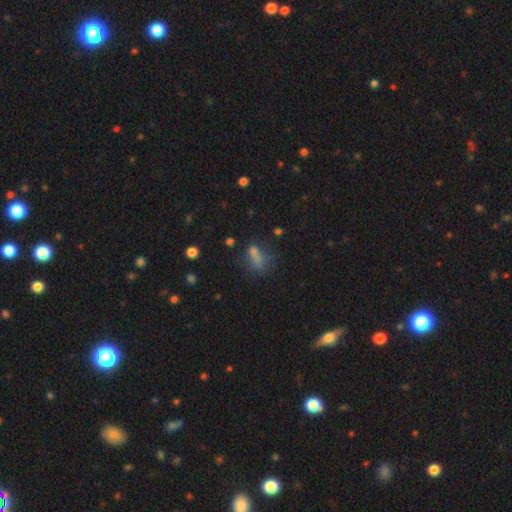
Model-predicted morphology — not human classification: This is likely a smooth galaxy (61%). How rounded: likely in between (67%). Merging: marginally none (34%).